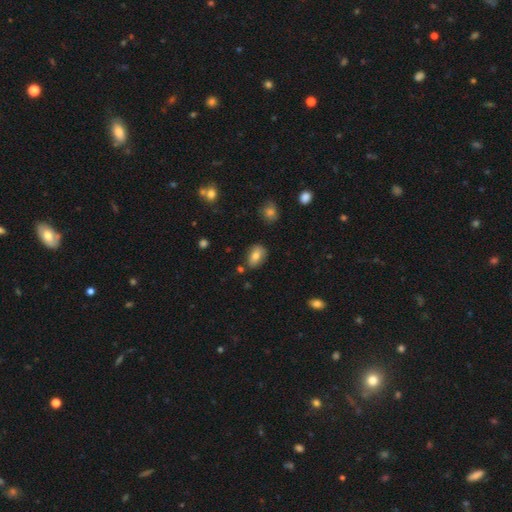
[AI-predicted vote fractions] The model was most divided on "merging": none: 78%, minor disturbance: 15%, merger: 4%, major disturbance: 3%. More confident: how rounded — in between (81%); smooth or featured — smooth (77%).